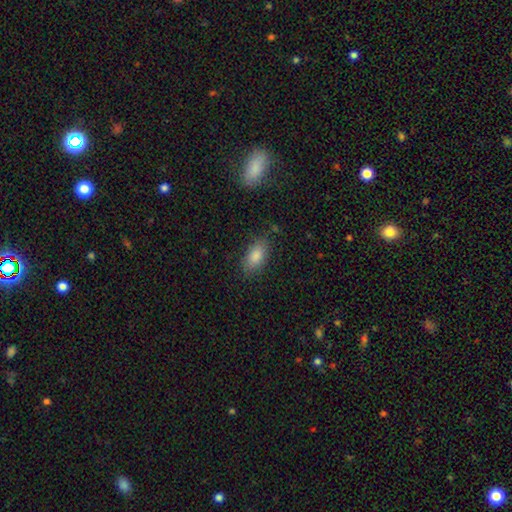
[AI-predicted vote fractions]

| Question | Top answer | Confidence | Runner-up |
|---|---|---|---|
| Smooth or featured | smooth | 84% | star or artifact (9%) |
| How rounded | in between | 90% | cigar-shaped (6%) |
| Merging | none | 82% | minor disturbance (12%) |